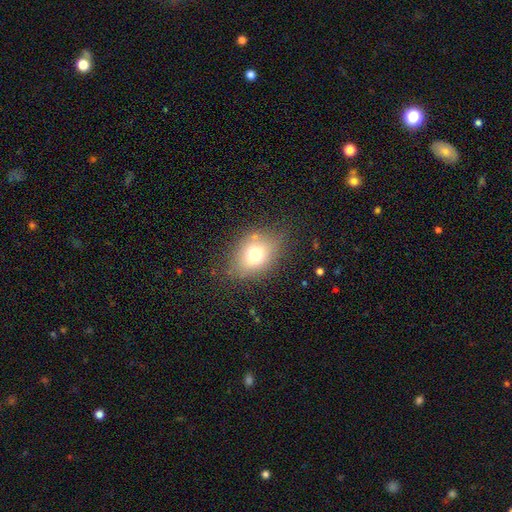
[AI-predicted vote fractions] Q: Smooth or featured?
A: smooth (69%); runner-up: featured or disk (18%)
Q: How rounded?
A: in between (65%); runner-up: round (33%)
Q: Merging?
A: none (72%); runner-up: minor disturbance (19%)